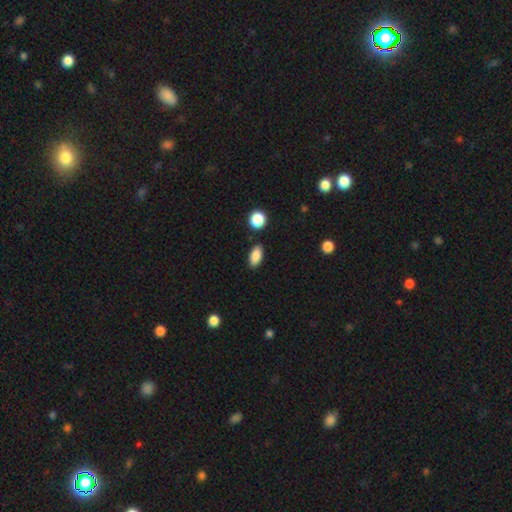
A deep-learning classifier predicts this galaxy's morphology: Smooth or featured?
  - smooth: 87% *
  - star or artifact: 8%
  - featured or disk: 5%
How rounded?
  - in between: 89% *
  - cigar-shaped: 6%
  - round: 5%
Merging?
  - none: 85% *
  - minor disturbance: 9%
  - merger: 3%
  - major disturbance: 2%